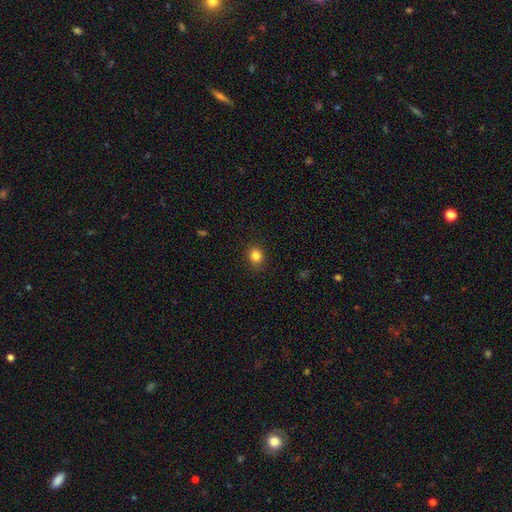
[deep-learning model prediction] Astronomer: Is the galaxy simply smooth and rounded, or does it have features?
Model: smooth — 84%.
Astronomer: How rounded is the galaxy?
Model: round — 71%.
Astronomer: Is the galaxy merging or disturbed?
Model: none — 89%.